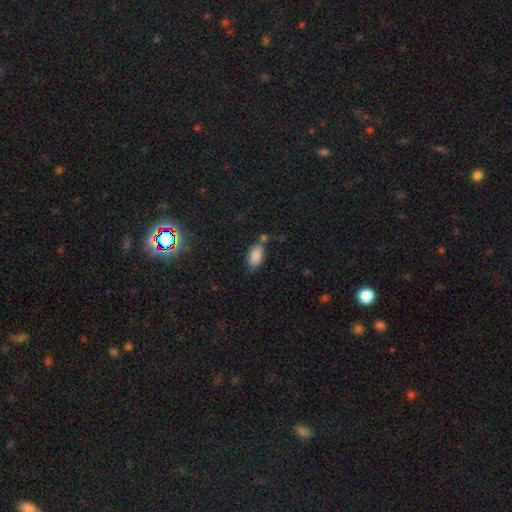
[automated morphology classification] type=smooth (87%); roundness=in between (92%); merging=none (63%).